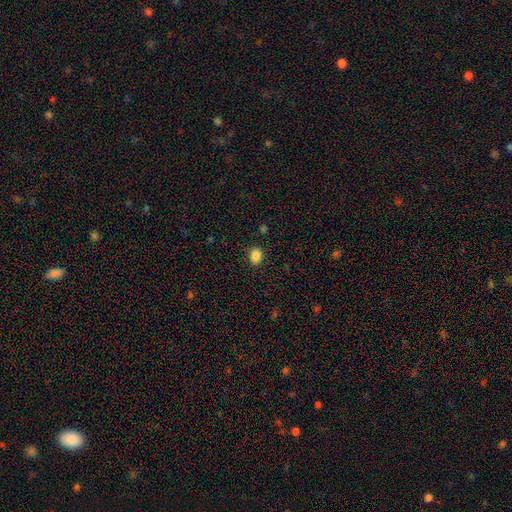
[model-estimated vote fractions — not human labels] The model was most divided on "how rounded": in between: 58%, round: 41%, cigar-shaped: 1%. More confident: merging — none (89%); smooth or featured — smooth (86%).